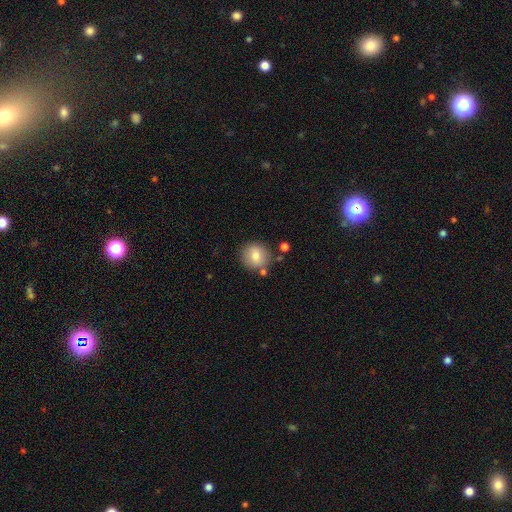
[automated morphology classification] Overall: smooth (78%). How rounded: round (92%). Merging: none (82%).